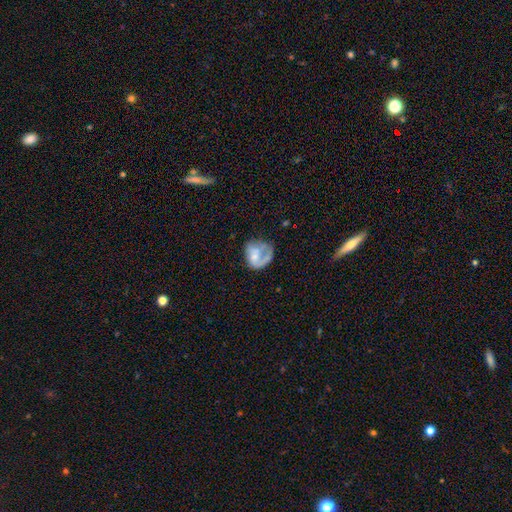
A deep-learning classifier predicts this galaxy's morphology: A smooth galaxy with no disk features (50%). Merging: major disturbance (34%, tied with none).